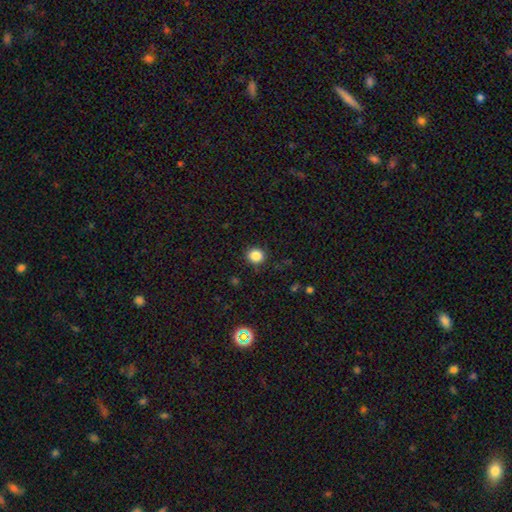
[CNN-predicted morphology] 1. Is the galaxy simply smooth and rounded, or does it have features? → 86% smooth, 11% star or artifact, 4% featured or disk.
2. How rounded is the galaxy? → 85% round, 14% in between, 1% cigar-shaped.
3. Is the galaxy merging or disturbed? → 89% none, 8% minor disturbance, 2% major disturbance, 1% merger.